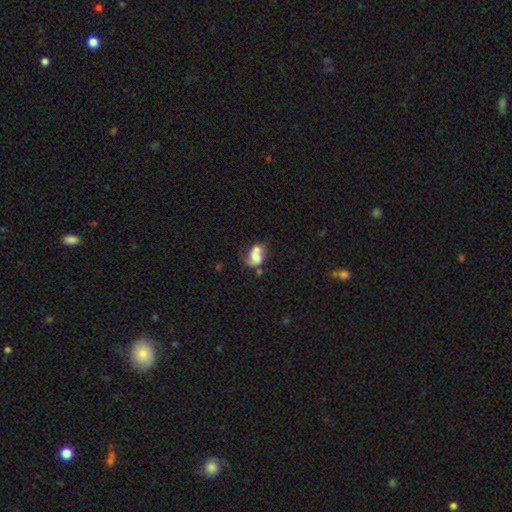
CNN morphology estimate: Smooth or featured?
  - smooth: 48% *
  - featured or disk: 43%
  - star or artifact: 9%
Merging?
  - merger: 36% *
  - none: 29%
  - minor disturbance: 20%
  - major disturbance: 15%